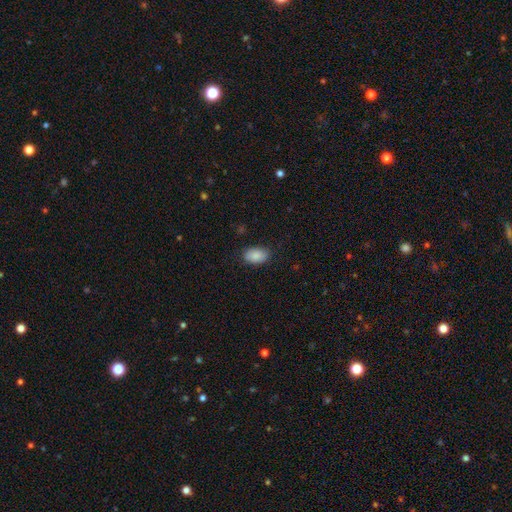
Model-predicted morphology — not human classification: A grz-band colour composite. It shows a smooth galaxy with no disk features (87%) that is in between round and cigar-shaped (91%). Merging: none (84%).